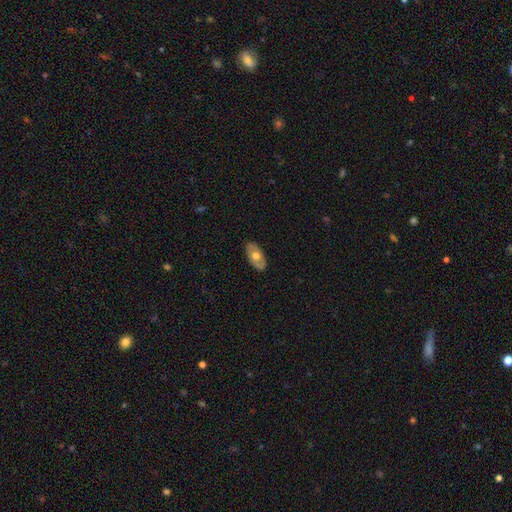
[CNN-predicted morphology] Smooth or featured?
  - smooth: 47% * (tied)
  - featured or disk: 47% * (tied)
  - star or artifact: 5%
Merging?
  - none: 83% *
  - minor disturbance: 13%
  - major disturbance: 3%
  - merger: 1%